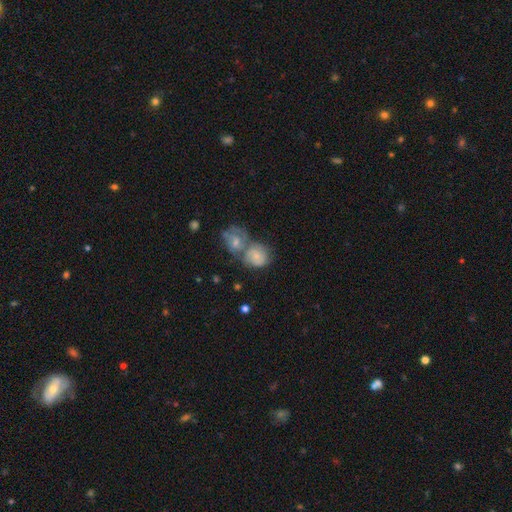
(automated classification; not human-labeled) A smooth galaxy with no disk features (51%) that is round (66%). Merging: merger (62%).